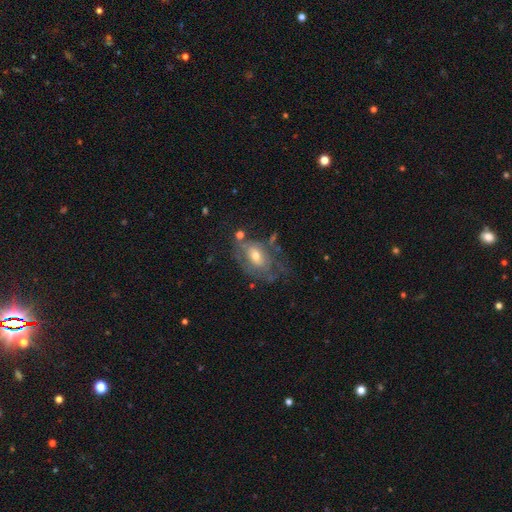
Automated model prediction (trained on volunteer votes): smooth_or_featured: featured or disk (p=0.62) [alt: smooth p=0.30]
disk_edge_on: no (p=0.93) [alt: yes p=0.07]
bar: no (p=0.61) [alt: weak p=0.31]
has_spiral_arms: yes (p=0.55) [alt: no p=0.45]
bulge_size: moderate (p=0.61) [alt: small p=0.31]
merging: none (p=0.41) [alt: minor disturbance p=0.26]